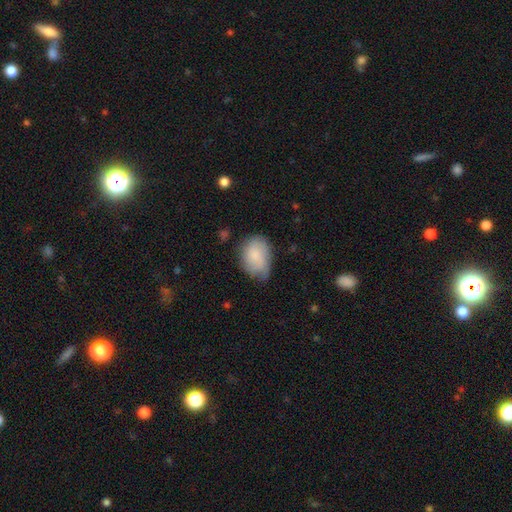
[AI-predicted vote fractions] Smooth or featured: smooth — 76% (featured or disk — 17%)
How rounded: in between — 74% (round — 25%)
Merging: none — 50% (minor disturbance — 38%)